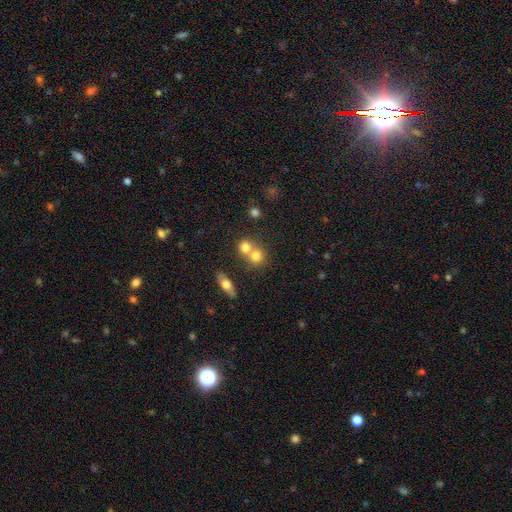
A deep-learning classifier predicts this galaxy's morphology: Overall: smooth (75%). How rounded: round (79%). Merging: merger (51%; none 39%).